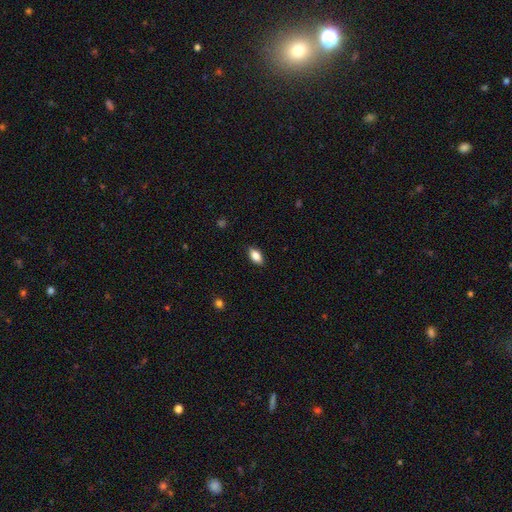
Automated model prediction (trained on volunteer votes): The model was most divided on "smooth or featured": smooth: 81%, featured or disk: 11%, star or artifact: 8%. More confident: how rounded — in between (88%); merging — none (86%).